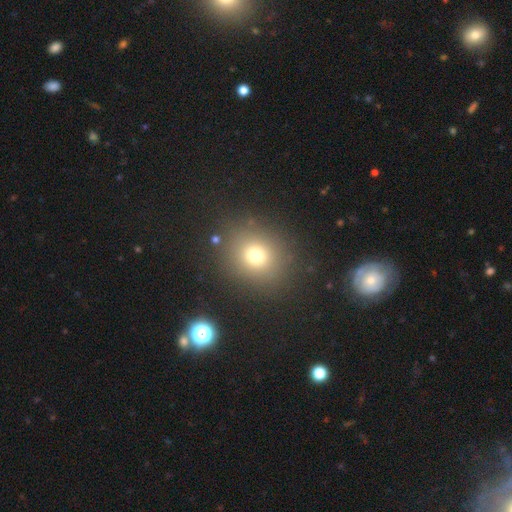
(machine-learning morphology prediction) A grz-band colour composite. It shows a smooth galaxy with no disk features (73%) that is round (80%). Merging: none (86%).